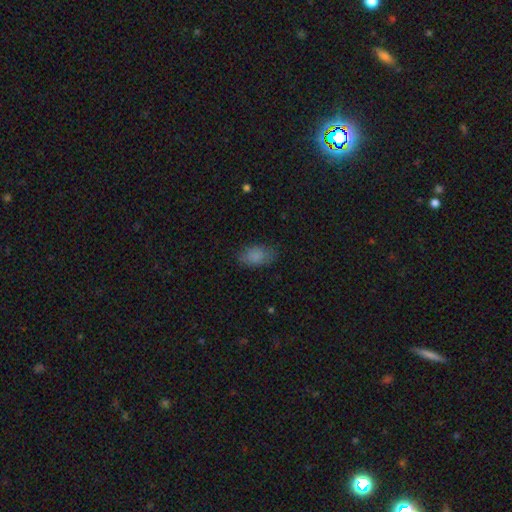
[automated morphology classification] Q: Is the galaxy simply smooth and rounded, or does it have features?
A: smooth — 84%.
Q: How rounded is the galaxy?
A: in between — 91%.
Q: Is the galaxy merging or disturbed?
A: none — 77%.